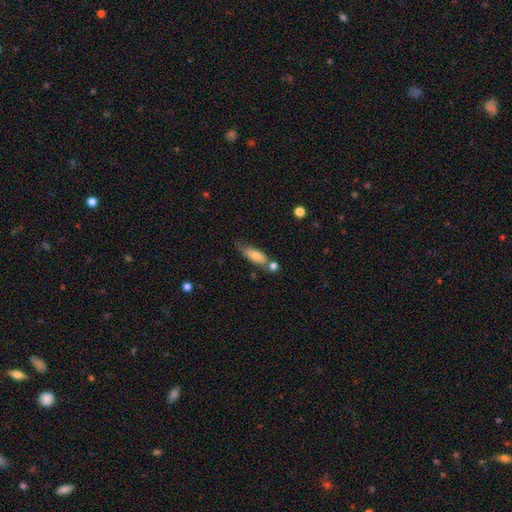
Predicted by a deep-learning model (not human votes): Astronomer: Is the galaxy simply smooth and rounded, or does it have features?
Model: smooth — 70%.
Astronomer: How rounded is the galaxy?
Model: in between — 61%.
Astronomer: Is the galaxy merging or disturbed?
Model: none — 46% (runner-up: minor disturbance, 24%).